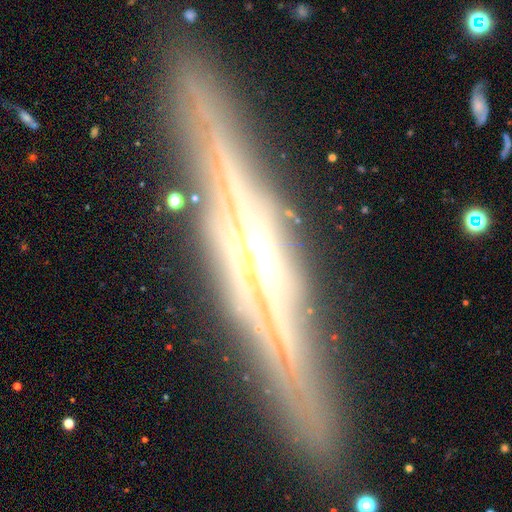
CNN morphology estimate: A featured or disk galaxy (87%) viewed edge-on (96%) with a rounded central bulge (70%). Merging: none (89%).